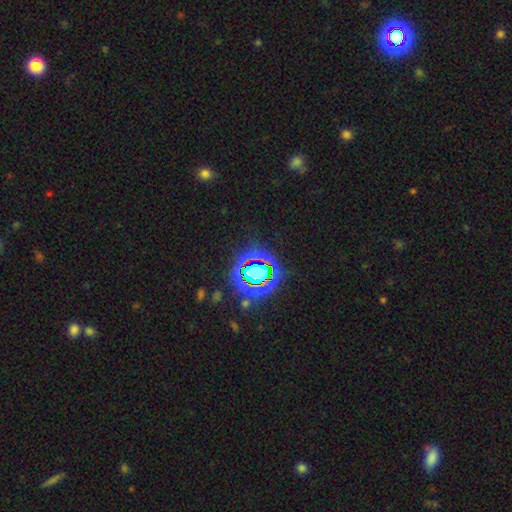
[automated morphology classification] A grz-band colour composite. It shows a star or artifact, not a galaxy (80%).